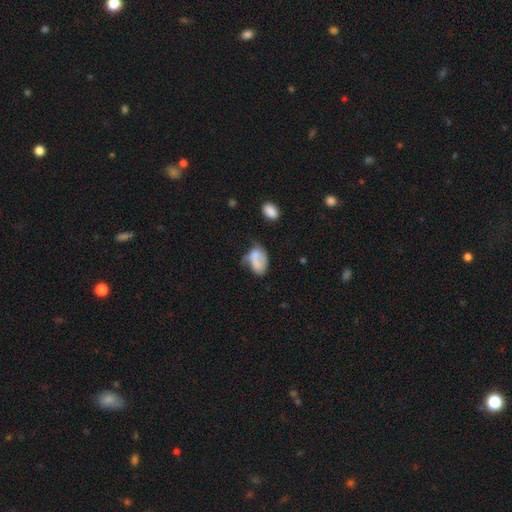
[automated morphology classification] This is likely a smooth galaxy (64%). How rounded: clearly in between (86%). Merging: marginally minor disturbance (31%).